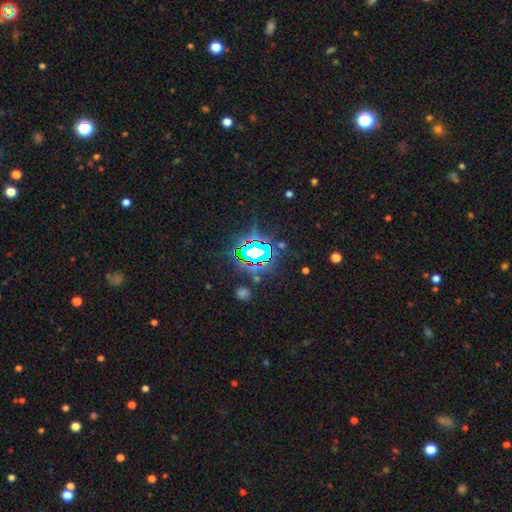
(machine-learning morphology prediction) A star or artifact, not a galaxy (75%).